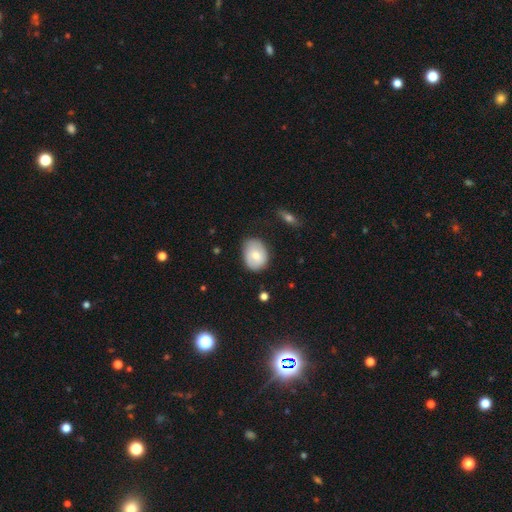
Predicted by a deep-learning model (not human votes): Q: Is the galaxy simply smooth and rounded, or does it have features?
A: smooth — 73%.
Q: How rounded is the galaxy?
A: in between — 63%.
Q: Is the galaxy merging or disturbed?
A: none — 69%.